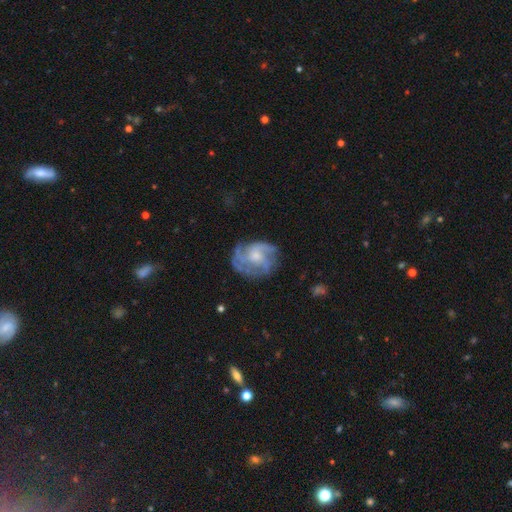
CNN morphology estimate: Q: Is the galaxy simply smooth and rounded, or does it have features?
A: featured or disk — 77%.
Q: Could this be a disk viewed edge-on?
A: no — 98%.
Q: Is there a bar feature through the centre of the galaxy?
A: no — 68%.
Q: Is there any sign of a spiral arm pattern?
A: yes — 89%.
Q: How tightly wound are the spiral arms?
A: medium — 45%.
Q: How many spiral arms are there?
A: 3 — 30%.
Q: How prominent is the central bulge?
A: moderate — 44%.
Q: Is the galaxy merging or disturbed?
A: none — 66%.